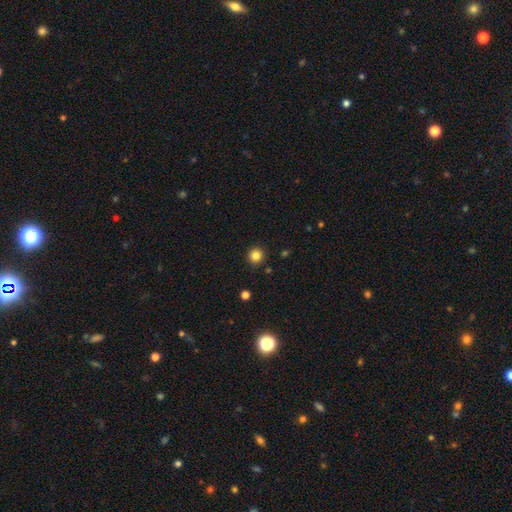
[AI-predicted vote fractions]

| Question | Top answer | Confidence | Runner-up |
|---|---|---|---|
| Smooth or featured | smooth | 83% | star or artifact (12%) |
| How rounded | round | 95% | in between (4%) |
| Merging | none | 91% | minor disturbance (6%) |